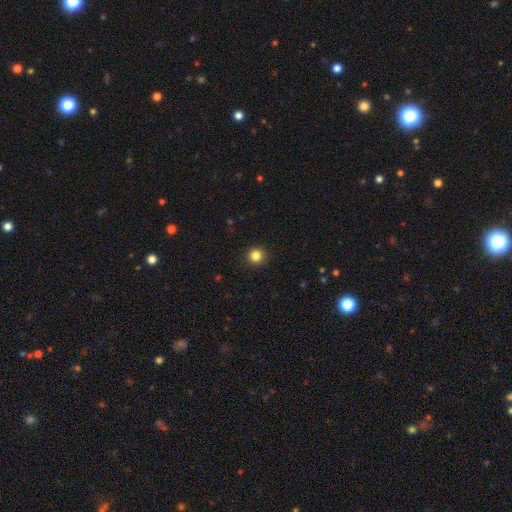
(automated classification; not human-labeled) A smooth galaxy with no disk features (84%) that is round (92%). Merging: none (92%).